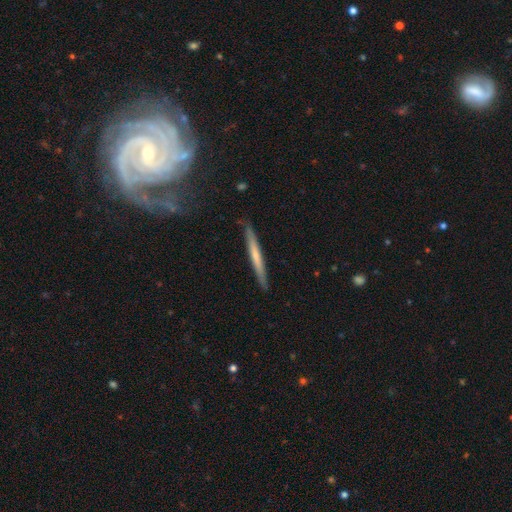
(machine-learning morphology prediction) type=smooth (49%); merging=none (87%).